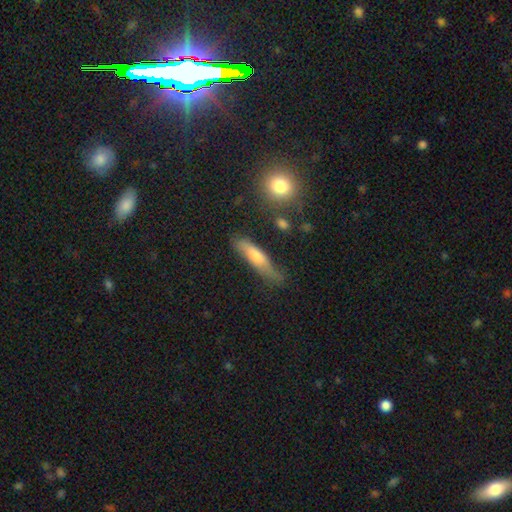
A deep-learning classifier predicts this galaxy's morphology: A smooth galaxy with no disk features (62%) that is cigar-shaped (75%).

Vote fractions:
- Smooth or featured? smooth: 62% / featured or disk: 31% / star or artifact: 7%
- How rounded? cigar-shaped: 75% / in between: 22% / round: 3%
- Merging? none: 63% / minor disturbance: 25% / major disturbance: 8% / merger: 4%